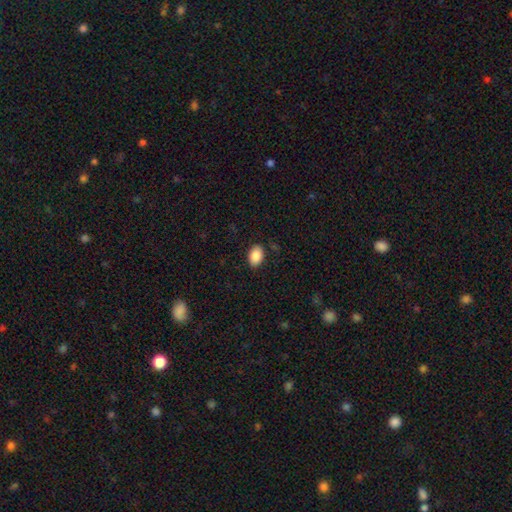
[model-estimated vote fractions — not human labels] This is clearly a smooth galaxy (89%). How rounded: clearly in between (87%). Merging: clearly none (87%).